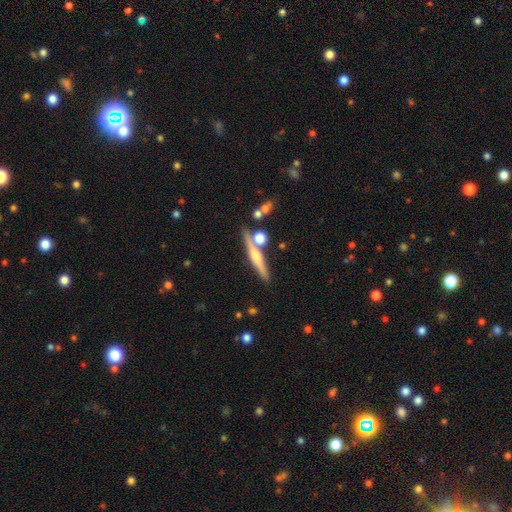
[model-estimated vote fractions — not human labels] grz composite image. It shows a featured or disk galaxy (63%) viewed edge-on (95%) with a rounded central bulge (85%). Merging: none (75%).